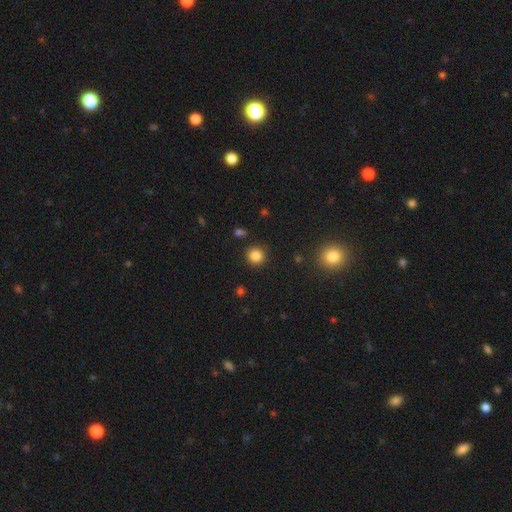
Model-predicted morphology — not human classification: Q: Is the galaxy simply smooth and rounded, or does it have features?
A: smooth — 84%.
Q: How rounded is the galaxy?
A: round — 93%.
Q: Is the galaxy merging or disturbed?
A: none — 90%.